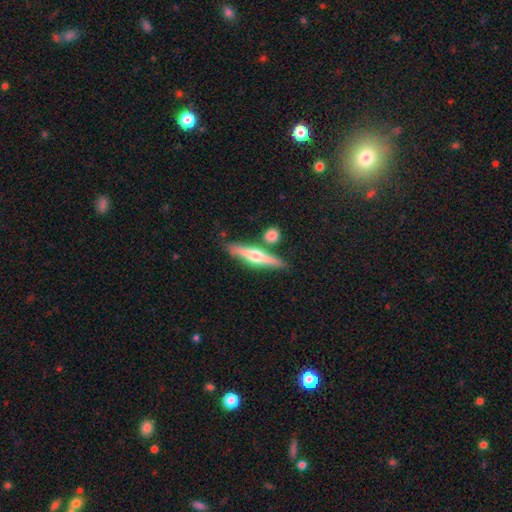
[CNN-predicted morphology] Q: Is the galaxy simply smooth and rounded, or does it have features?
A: featured or disk — 63%.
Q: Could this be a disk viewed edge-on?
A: yes — 96%.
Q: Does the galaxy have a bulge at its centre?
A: rounded — 91%.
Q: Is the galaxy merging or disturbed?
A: none — 76%.